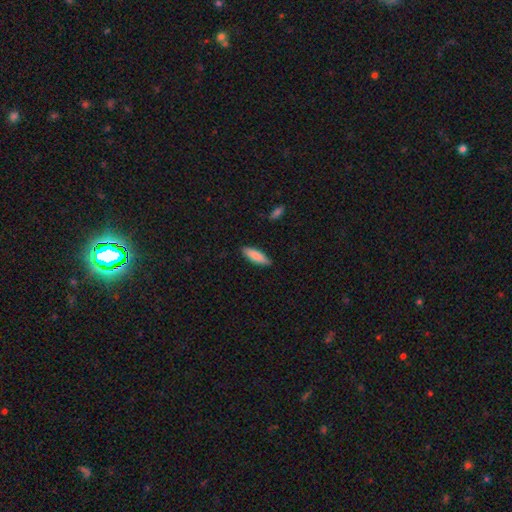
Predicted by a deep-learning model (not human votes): smooth_or_featured: smooth (p=0.84) [alt: featured or disk p=0.10]
how_rounded: in between (p=0.51) [alt: cigar-shaped p=0.48]
merging: none (p=0.87) [alt: minor disturbance p=0.10]